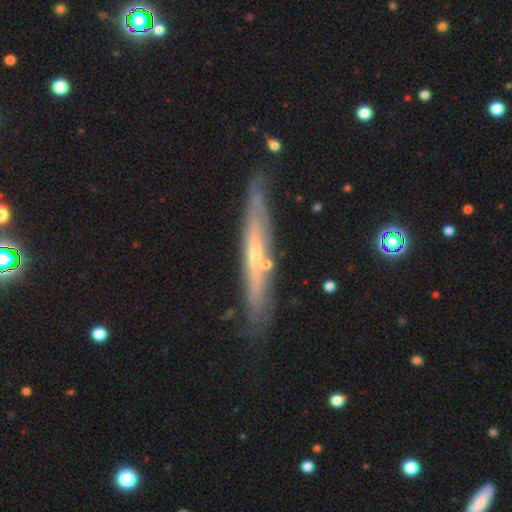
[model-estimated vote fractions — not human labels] Overall: featured or disk (69%). Edge-on disk: yes (86%). Edge-on bulge: none (51%; rounded 45%). Merging: none (81%).